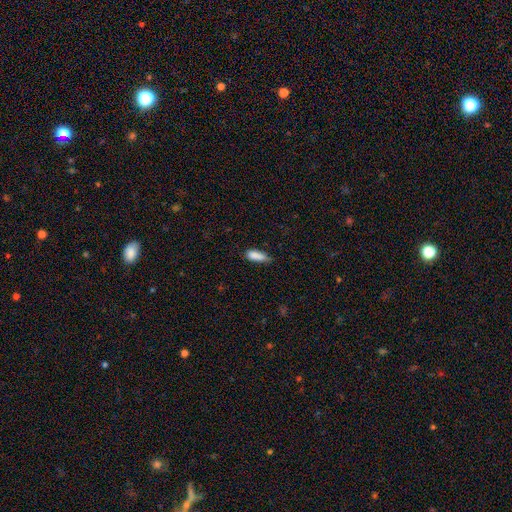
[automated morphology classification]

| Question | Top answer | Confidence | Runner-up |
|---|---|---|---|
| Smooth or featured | smooth | 86% | star or artifact (8%) |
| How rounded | in between | 59% | cigar-shaped (39%) |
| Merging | none | 56% | minor disturbance (34%) |